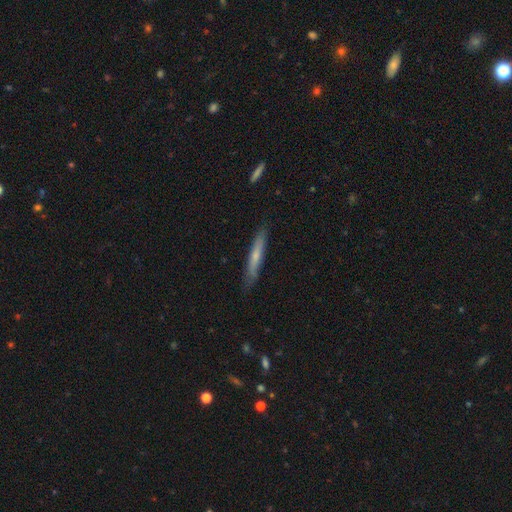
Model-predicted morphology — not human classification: Smooth or featured? Predicted: smooth (p=0.57). How rounded? Predicted: cigar-shaped (p=0.94). Merging? Predicted: none (p=0.82).